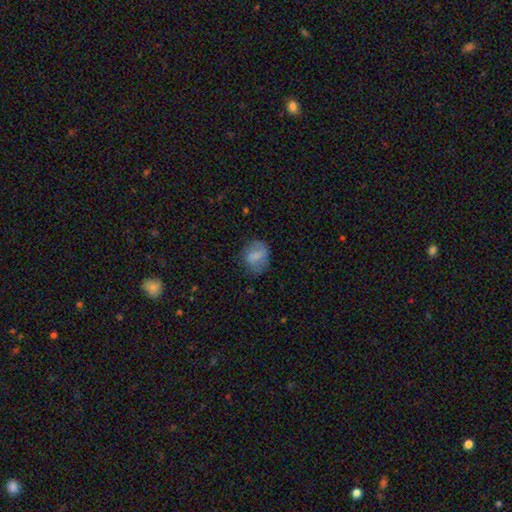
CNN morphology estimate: This appears to be a smooth galaxy with no disk features (71%) that is round (51%). Merging: none (62%).